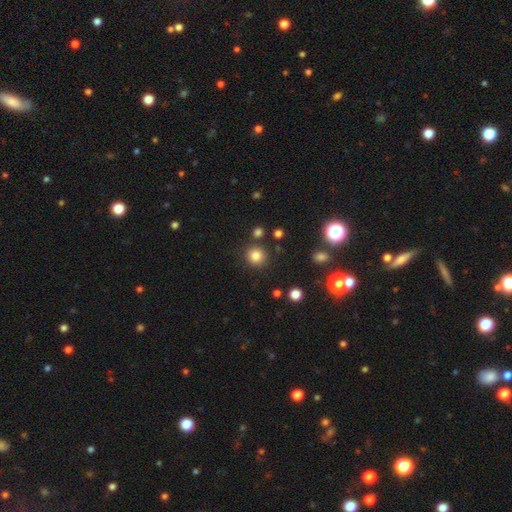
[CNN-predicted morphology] A smooth galaxy with no disk features (82%) that is round (91%).

Vote fractions:
- Smooth or featured? smooth: 82% / star or artifact: 13% / featured or disk: 5%
- How rounded? round: 91% / in between: 8% / cigar-shaped: 1%
- Merging? none: 85% / minor disturbance: 7% / merger: 5% / major disturbance: 3%